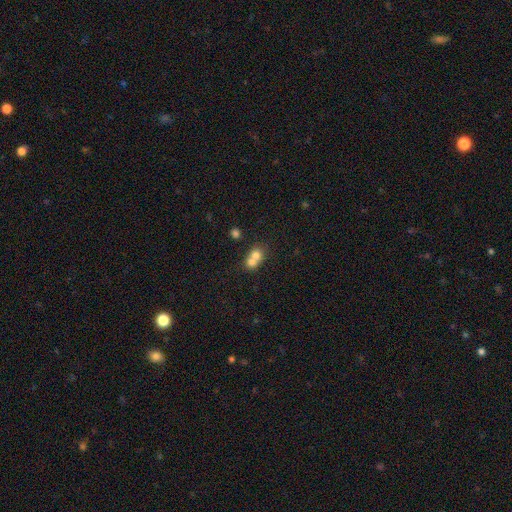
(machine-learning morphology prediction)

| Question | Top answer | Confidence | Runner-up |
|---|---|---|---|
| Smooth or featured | smooth | 71% | featured or disk (18%) |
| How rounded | round | 71% | in between (28%) |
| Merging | merger | 68% | none (24%) |